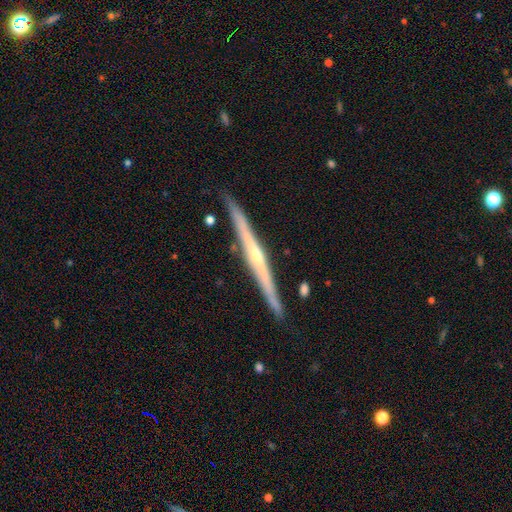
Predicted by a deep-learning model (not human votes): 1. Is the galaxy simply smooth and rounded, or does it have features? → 78% featured or disk, 16% smooth, 5% star or artifact.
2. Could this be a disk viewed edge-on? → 98% yes, 2% no.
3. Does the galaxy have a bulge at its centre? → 68% rounded, 27% none, 5% boxy.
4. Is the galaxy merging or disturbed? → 89% none, 8% minor disturbance, 2% merger, 1% major disturbance.